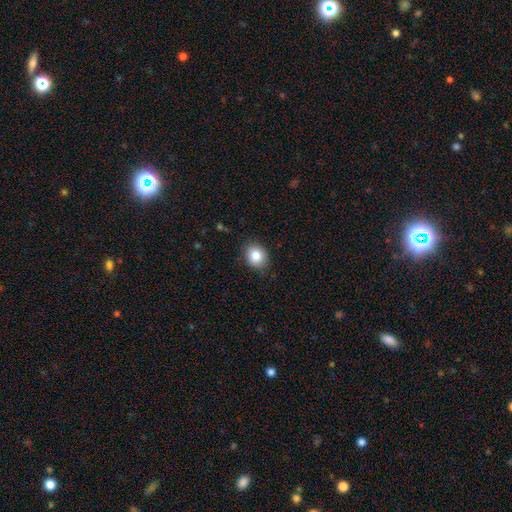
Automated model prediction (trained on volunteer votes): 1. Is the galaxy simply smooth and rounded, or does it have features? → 85% smooth, 9% star or artifact, 6% featured or disk.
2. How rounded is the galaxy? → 63% round, 36% in between, 1% cigar-shaped.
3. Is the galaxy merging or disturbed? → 86% none, 11% minor disturbance, 2% major disturbance, 1% merger.